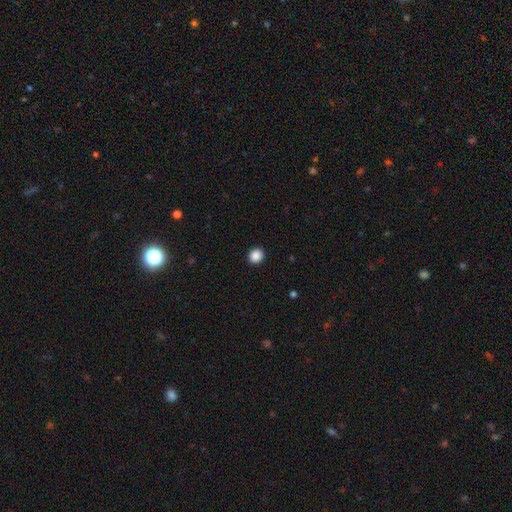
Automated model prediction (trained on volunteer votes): The model was most divided on "how rounded": round: 84%, in between: 15%, cigar-shaped: 1%. More confident: merging — none (93%); smooth or featured — smooth (88%).